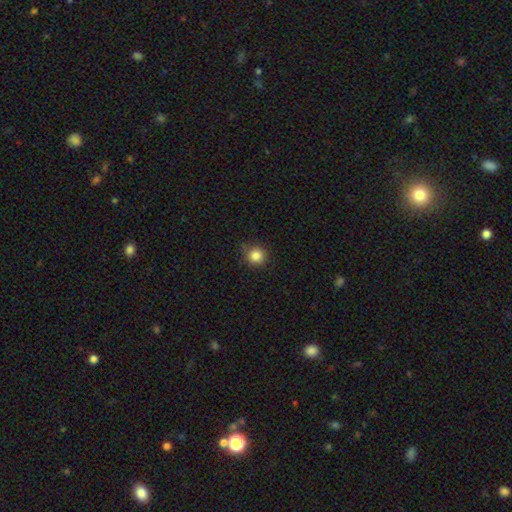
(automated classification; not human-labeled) smooth_or_featured: smooth (p=0.84) [alt: star or artifact p=0.11]
how_rounded: round (p=0.93) [alt: in between p=0.06]
merging: none (p=0.81) [alt: minor disturbance p=0.15]